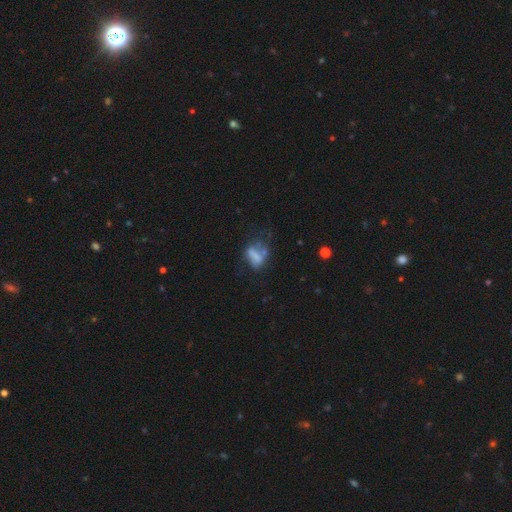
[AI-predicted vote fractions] smooth 57%, featured or disk 31%, star or artifact 12%. Down the decision tree: how rounded — in between (71%); merging — none (34%).